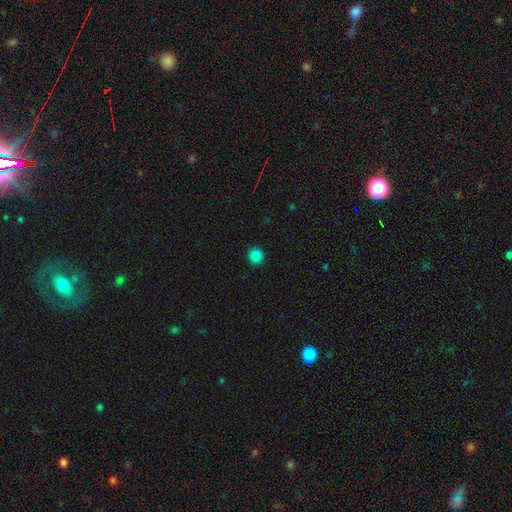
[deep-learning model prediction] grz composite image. It shows a smooth galaxy with no disk features (85%) that is round (90%). Merging: none (92%).